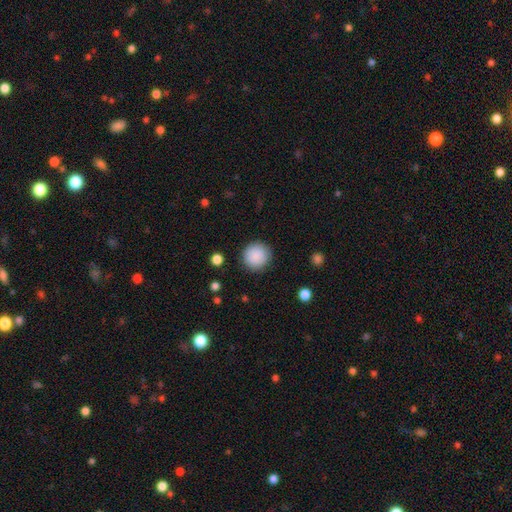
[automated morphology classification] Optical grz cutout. It shows a smooth galaxy with no disk features (89%) that is round (94%). Merging: none (89%).